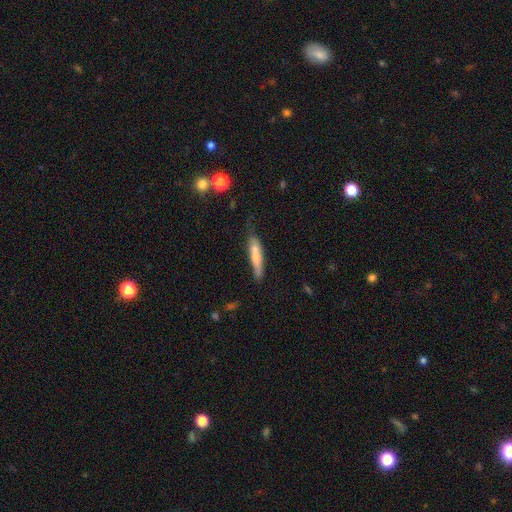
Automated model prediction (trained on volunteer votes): smooth_or_featured: smooth (p=0.59) [alt: featured or disk p=0.35]
how_rounded: cigar-shaped (p=0.84) [alt: in between p=0.15]
merging: none (p=0.58) [alt: minor disturbance p=0.22]